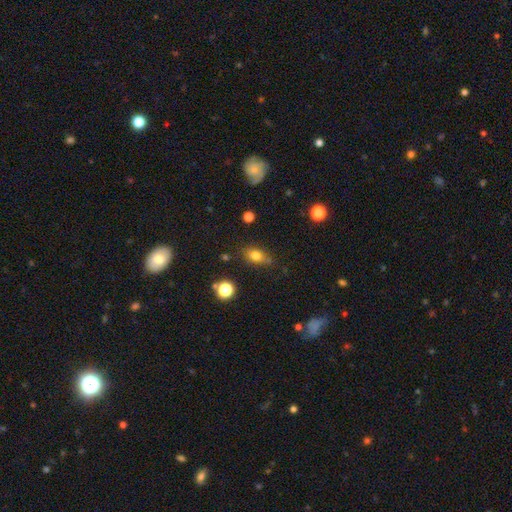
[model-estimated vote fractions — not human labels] smooth_or_featured: smooth (p=0.76) [alt: star or artifact p=0.13]
how_rounded: in between (p=0.68) [alt: round p=0.28]
merging: none (p=0.70) [alt: minor disturbance p=0.21]